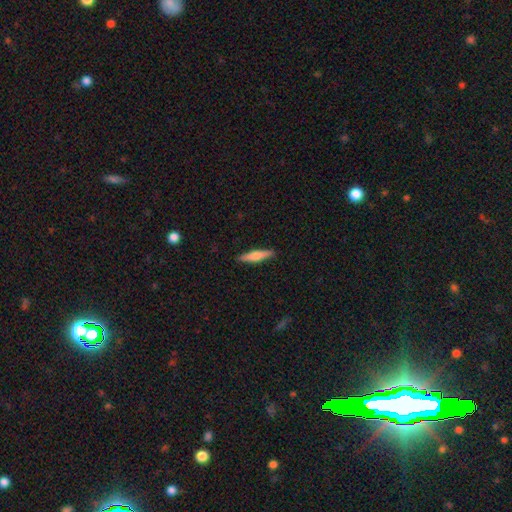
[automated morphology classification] A smooth galaxy with no disk features (58%) that is cigar-shaped (85%).

Vote fractions:
- Smooth or featured? smooth: 58% / featured or disk: 36% / star or artifact: 6%
- How rounded? cigar-shaped: 85% / in between: 13% / round: 2%
- Merging? none: 90% / minor disturbance: 7% / major disturbance: 2% / merger: 1%